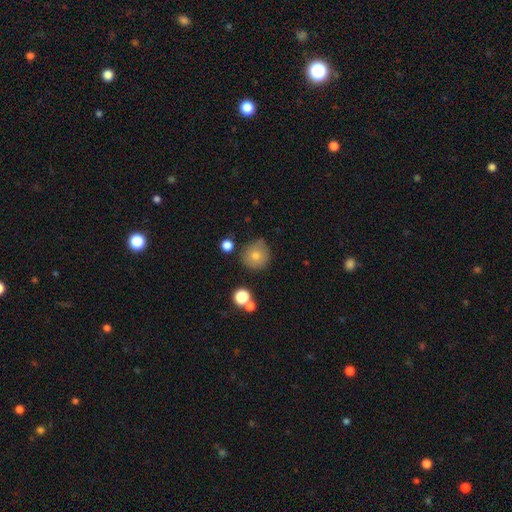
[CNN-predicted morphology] Overall: smooth (76%). How rounded: round (93%). Merging: none (76%).